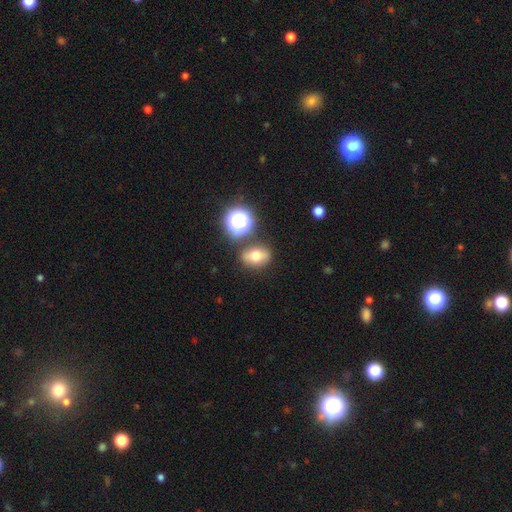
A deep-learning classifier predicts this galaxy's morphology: smooth 60%, featured or disk 24%, star or artifact 16%. Down the decision tree: how rounded — in between (65%); merging — none (72%).